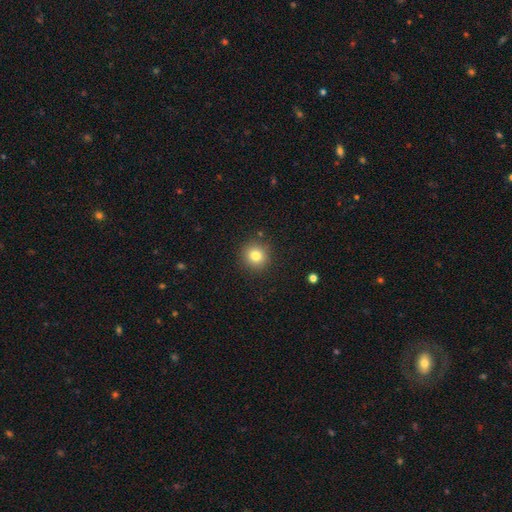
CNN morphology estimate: This is clearly a smooth galaxy (81%). How rounded: clearly round (93%). Merging: clearly none (90%).